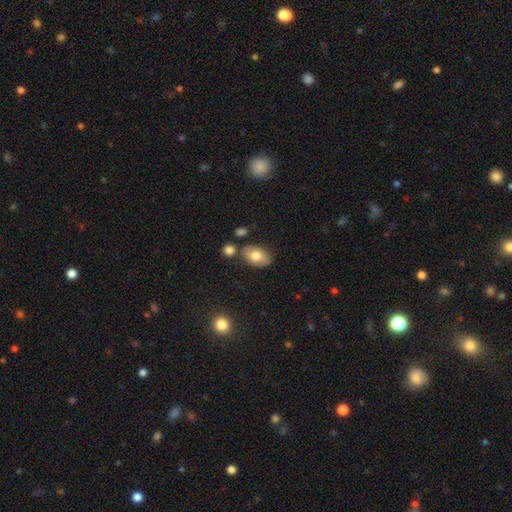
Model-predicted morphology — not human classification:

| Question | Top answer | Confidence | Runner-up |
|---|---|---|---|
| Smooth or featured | smooth | 75% | featured or disk (17%) |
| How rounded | in between | 87% | round (11%) |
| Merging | none | 74% | minor disturbance (15%) |